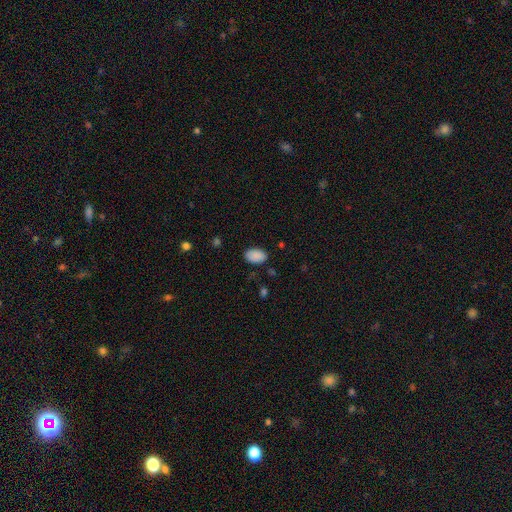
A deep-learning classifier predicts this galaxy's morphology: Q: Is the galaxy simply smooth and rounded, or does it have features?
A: smooth — 89%.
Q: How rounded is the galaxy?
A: in between — 90%.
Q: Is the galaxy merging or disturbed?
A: none — 85%.